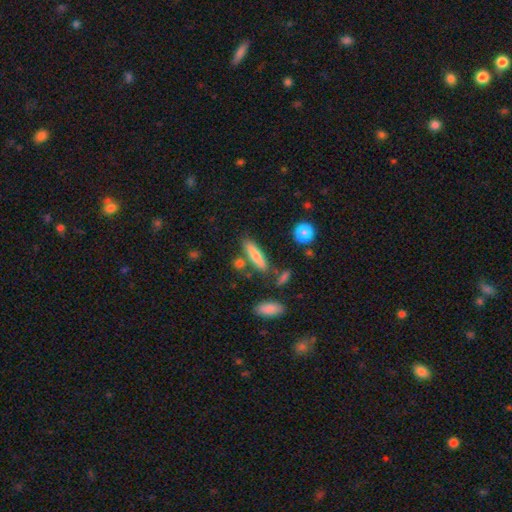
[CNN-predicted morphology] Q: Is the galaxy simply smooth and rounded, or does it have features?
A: smooth — 69%.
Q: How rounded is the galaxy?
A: cigar-shaped — 70%.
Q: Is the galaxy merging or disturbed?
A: none — 73%.